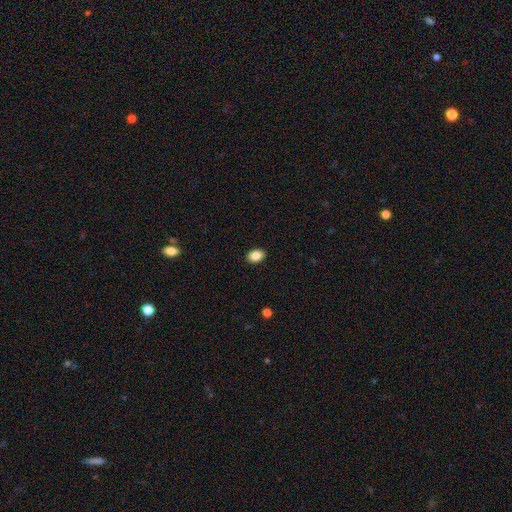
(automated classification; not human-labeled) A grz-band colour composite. It shows a smooth galaxy with no disk features (86%) that is in between round and cigar-shaped (80%). Merging: none (90%).